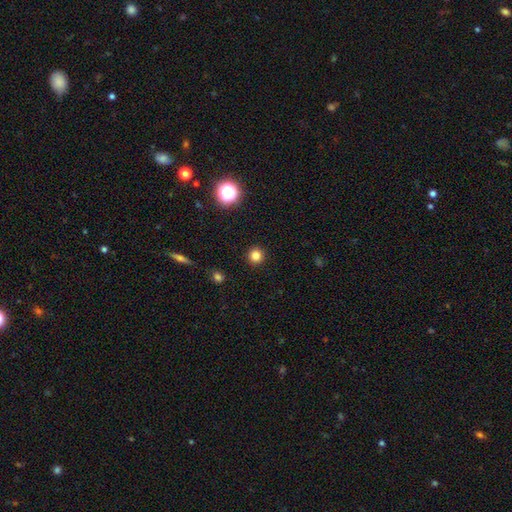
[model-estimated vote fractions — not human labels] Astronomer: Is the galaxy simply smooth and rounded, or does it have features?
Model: smooth — 81%.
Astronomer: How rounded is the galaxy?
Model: round — 95%.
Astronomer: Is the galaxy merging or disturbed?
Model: none — 93%.